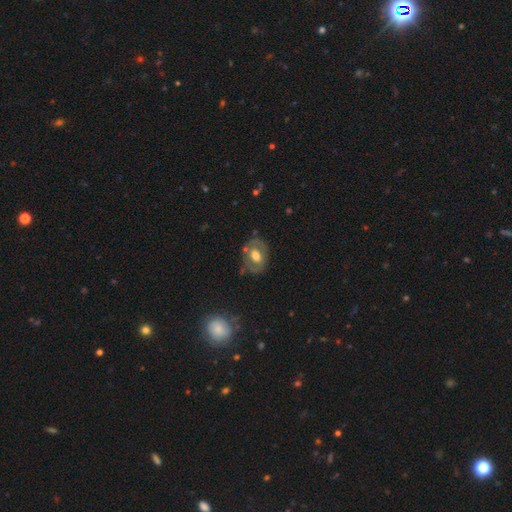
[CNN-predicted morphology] This is possibly a featured or disk galaxy (55%). It is clearly not viewed edge-on (94%). Bar: likely no (63%). Spiral arm pattern: likely no (68%). Central bulge: likely moderate (63%). Merging: likely none (68%).